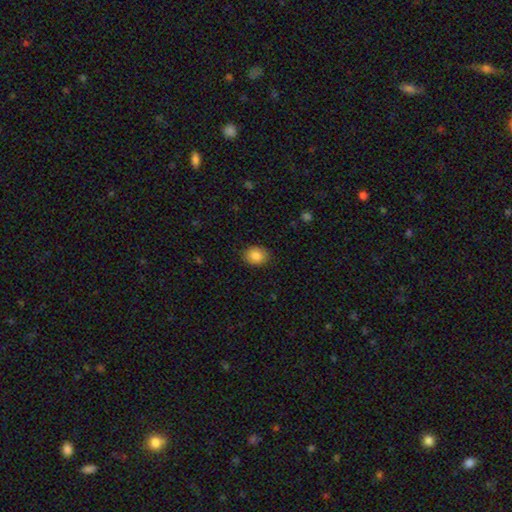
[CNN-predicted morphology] Overall: smooth (86%). How rounded: round (54%; in between 46%). Merging: none (87%).